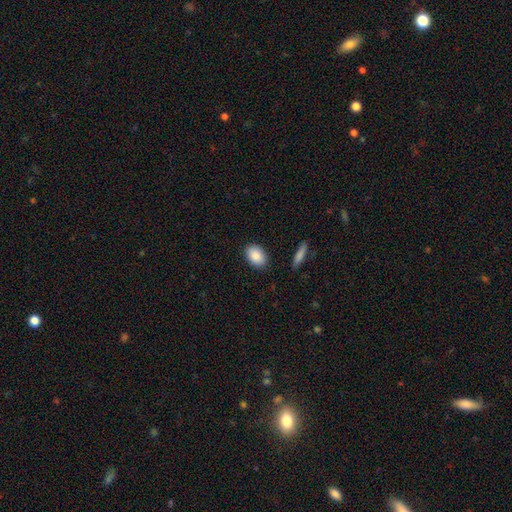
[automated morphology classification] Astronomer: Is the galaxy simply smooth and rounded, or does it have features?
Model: smooth — 88%.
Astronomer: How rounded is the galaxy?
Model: in between — 85%.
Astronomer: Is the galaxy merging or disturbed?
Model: none — 88%.